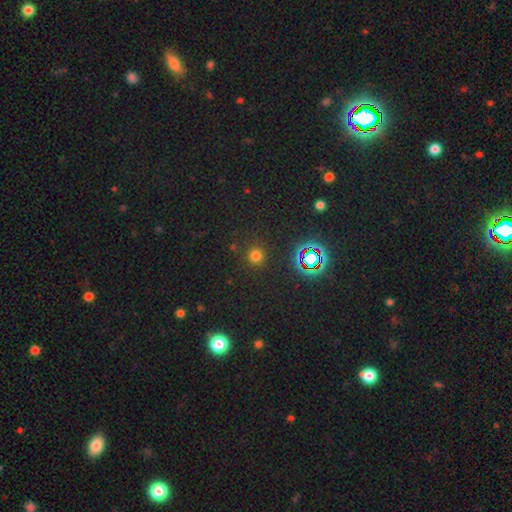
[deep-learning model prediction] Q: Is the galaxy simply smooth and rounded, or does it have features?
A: smooth — 70%.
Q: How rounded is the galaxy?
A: round — 94%.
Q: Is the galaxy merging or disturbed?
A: none — 89%.